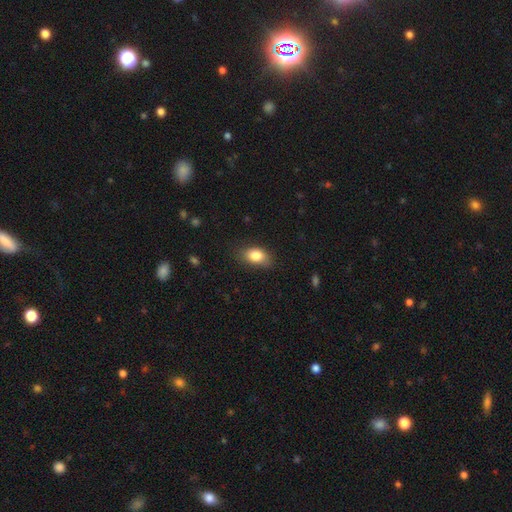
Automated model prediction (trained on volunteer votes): Morphology: type=smooth (84%); roundness=in between (86%); merging=none (76%).